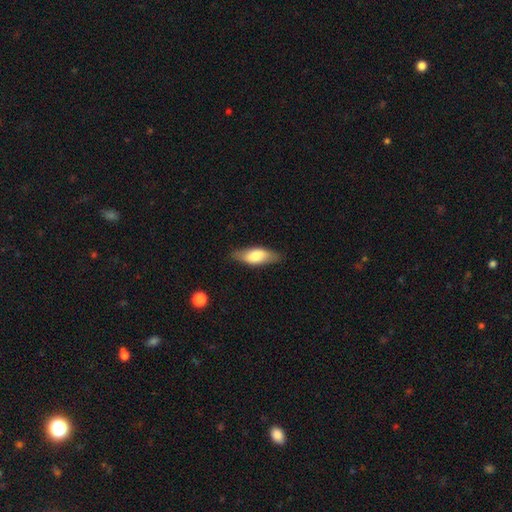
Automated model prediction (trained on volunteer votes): A smooth galaxy with no disk features (68%) that is in between round and cigar-shaped (69%). Merging: none (82%).